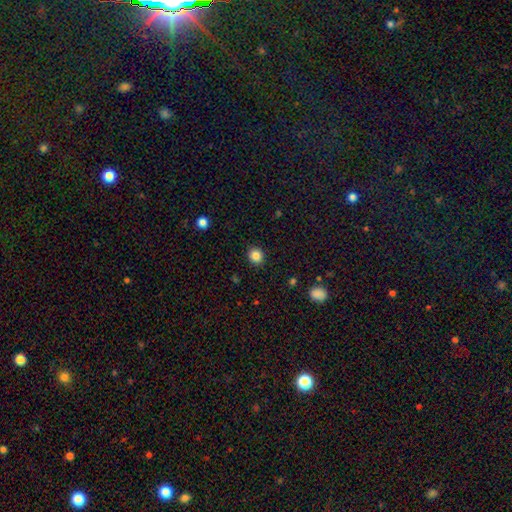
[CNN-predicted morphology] smooth 85%, star or artifact 11%, featured or disk 4%. Down the decision tree: how rounded — round (86%); merging — none (91%).